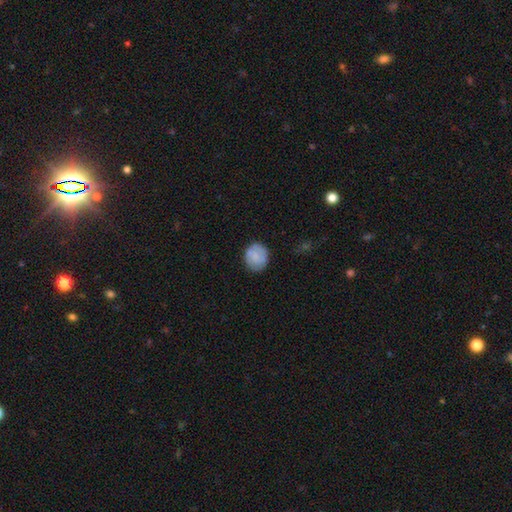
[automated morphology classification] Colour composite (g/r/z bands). It shows a smooth galaxy with no disk features (74%) that is round (77%). Merging: none (82%).